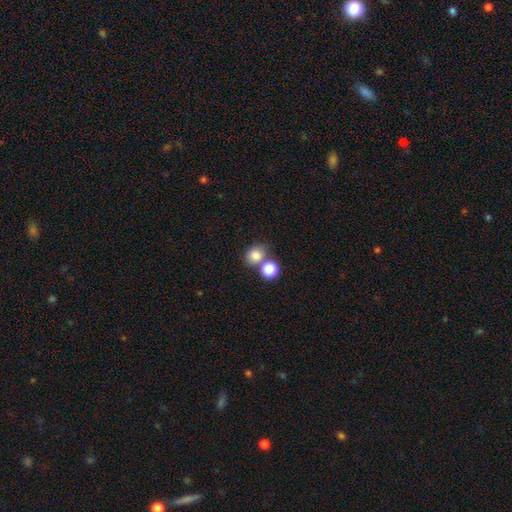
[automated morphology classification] A smooth galaxy with no disk features (81%) that is round (71%). Merging: none (52%).